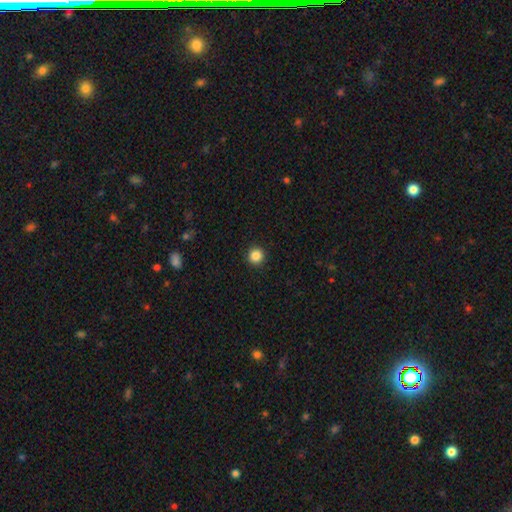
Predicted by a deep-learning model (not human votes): A smooth galaxy with no disk features (86%) that is round (96%). Merging: none (93%).